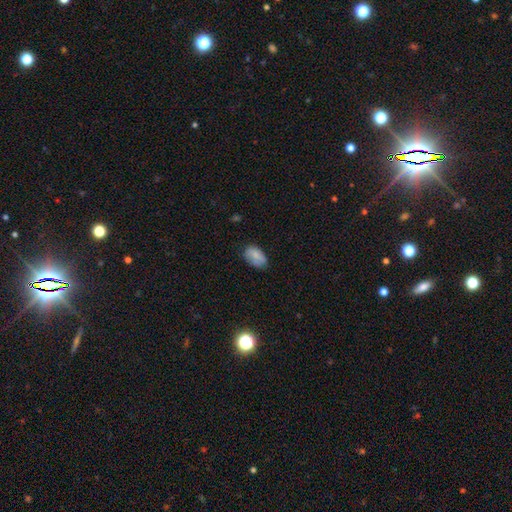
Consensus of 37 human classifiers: Smooth or featured?
  - smooth: 86% *
  - featured or disk: 8%
  - star or artifact: 5%
How rounded?
  - in between: 94% *
  - round: 6%
  - cigar-shaped: 0%
Merging?
  - none: 71% *
  - minor disturbance: 26%
  - major disturbance: 3%
  - merger: 0%